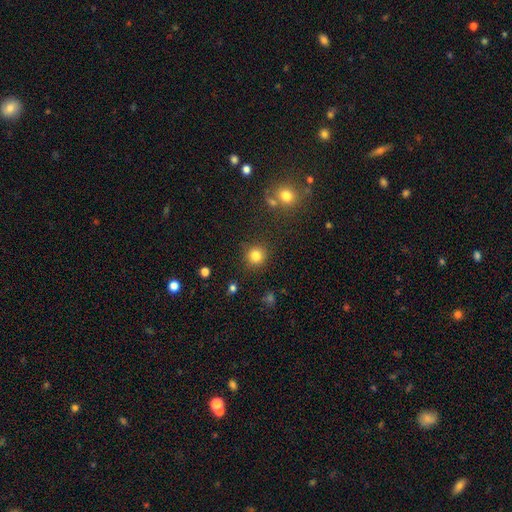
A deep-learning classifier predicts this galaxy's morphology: smooth-or-featured: smooth: 82% | star or artifact: 13% | featured or disk: 5%
  how-rounded: round: 92% | in between: 7% | cigar-shaped: 1%
  merging: none: 88% | minor disturbance: 7% | major disturbance: 3% | merger: 3%